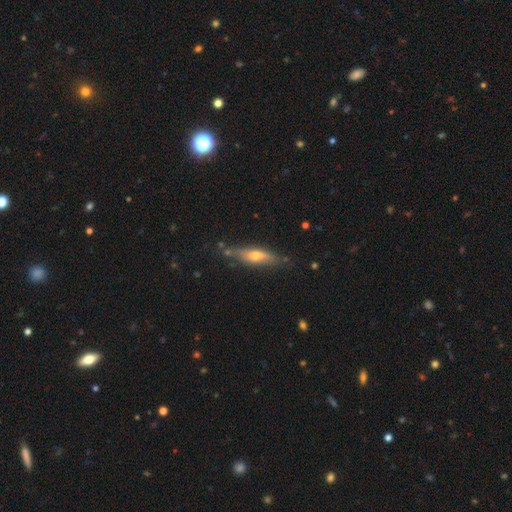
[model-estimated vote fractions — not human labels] A featured or disk galaxy (49%).

Vote fractions:
- Smooth or featured? featured or disk: 49% / smooth: 44% / star or artifact: 7%
- Merging? none: 75% / minor disturbance: 17% / major disturbance: 4% / merger: 4%